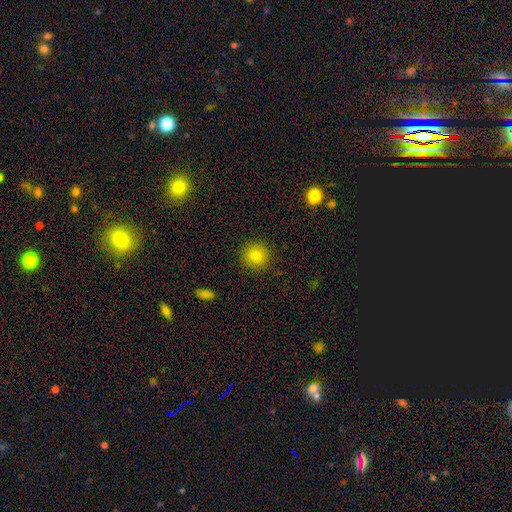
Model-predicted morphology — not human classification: A smooth galaxy with no disk features (83%) that is round (93%). Merging: none (90%).